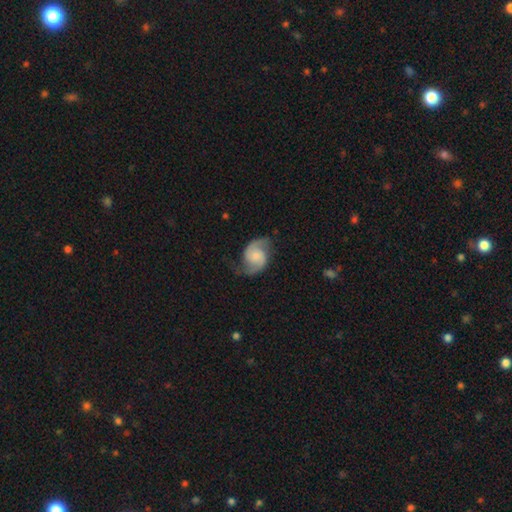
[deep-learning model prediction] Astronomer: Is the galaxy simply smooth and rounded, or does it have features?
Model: featured or disk — 86%.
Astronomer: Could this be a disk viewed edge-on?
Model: no — 98%.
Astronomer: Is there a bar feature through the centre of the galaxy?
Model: no — 65%.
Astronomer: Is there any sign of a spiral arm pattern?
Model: yes — 97%.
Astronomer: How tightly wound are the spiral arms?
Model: medium — 53% (runner-up: loose, 29%).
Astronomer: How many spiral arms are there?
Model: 2 — 93%.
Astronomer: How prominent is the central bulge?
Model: small — 50% (runner-up: moderate, 31%).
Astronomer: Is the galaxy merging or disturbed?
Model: none — 75%.